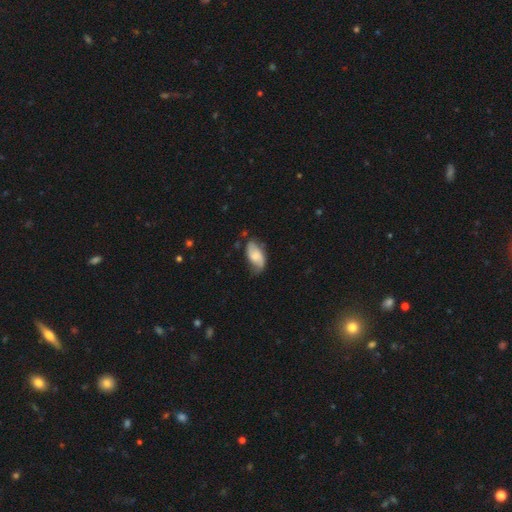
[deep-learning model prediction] Smooth or featured? Predicted: smooth (p=0.47). Merging? Predicted: none (p=0.57).